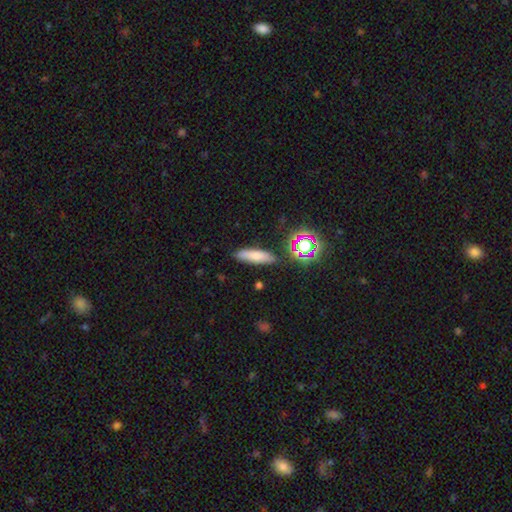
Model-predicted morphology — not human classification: A smooth galaxy with no disk features (73%) that is cigar-shaped (56%). Merging: none (83%).